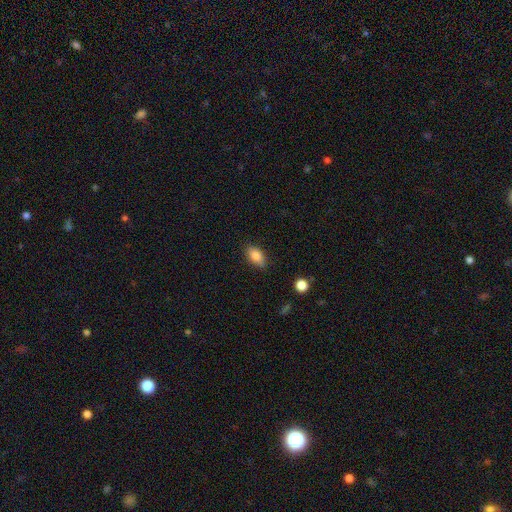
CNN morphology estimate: smooth 83%, featured or disk 9%, star or artifact 8%. Down the decision tree: how rounded — in between (89%); merging — none (82%).